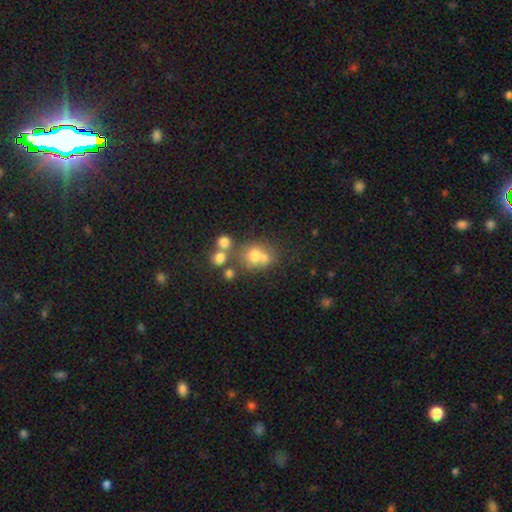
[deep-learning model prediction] A smooth galaxy with no disk features (63%) that is round (73%). Merging: none (43%).